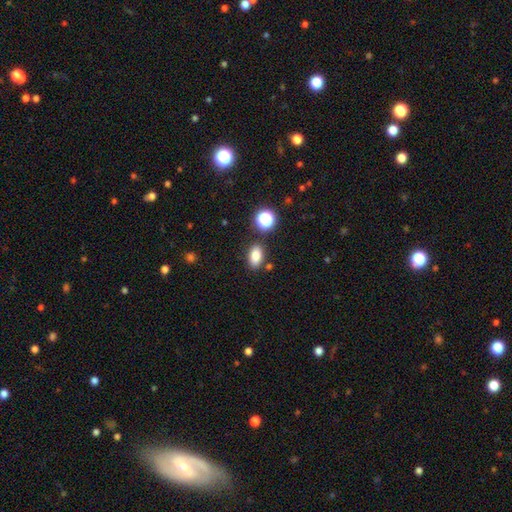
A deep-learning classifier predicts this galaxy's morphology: type=smooth (81%); roundness=in between (86%); merging=none (82%).